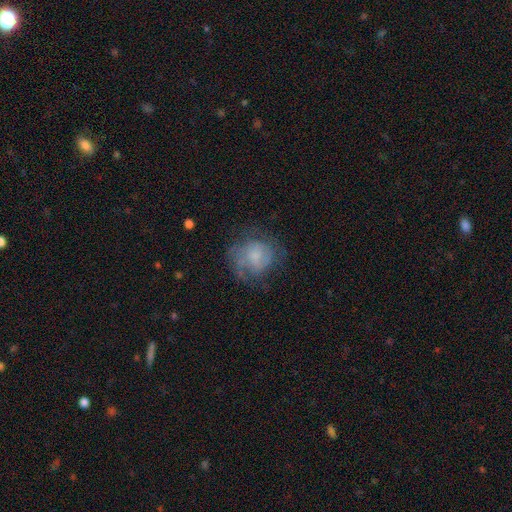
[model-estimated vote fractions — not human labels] Smooth or featured? smooth (46%)
Merging? none (54%)